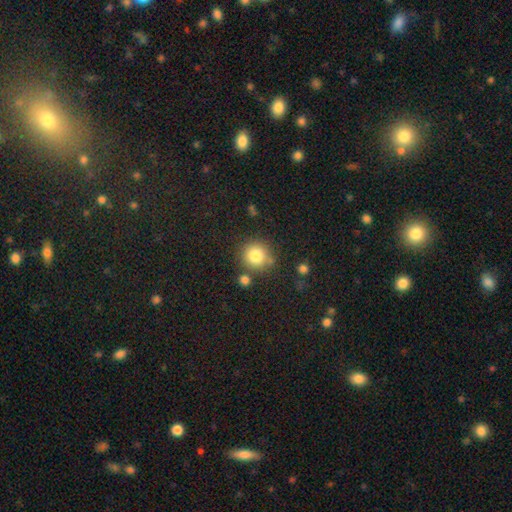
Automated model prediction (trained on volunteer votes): A smooth galaxy with no disk features (81%) that is round (91%). Merging: none (77%).